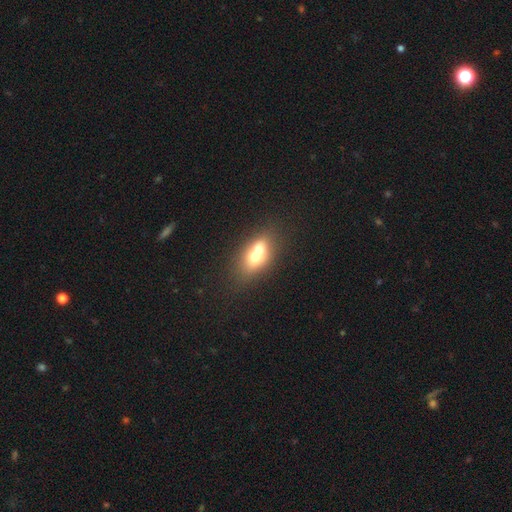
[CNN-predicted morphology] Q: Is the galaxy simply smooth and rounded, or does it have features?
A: smooth — 62%.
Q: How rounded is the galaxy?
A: in between — 69%.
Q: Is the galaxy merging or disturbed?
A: merger — 66%.